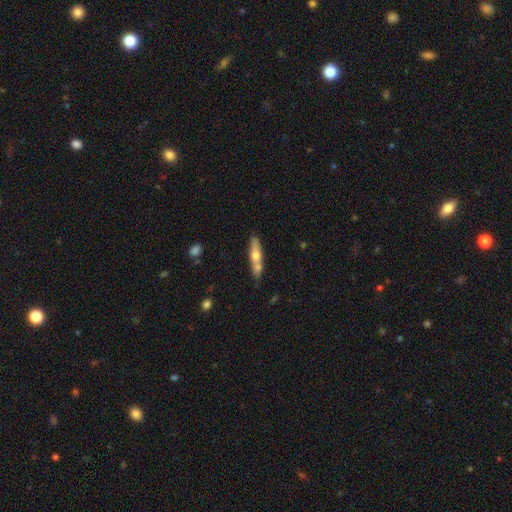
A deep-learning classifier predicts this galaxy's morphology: A smooth galaxy with no disk features (49%). Merging: none (59%).